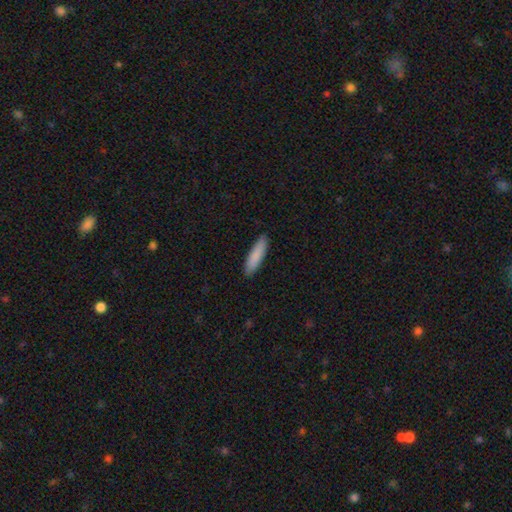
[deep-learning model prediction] A smooth galaxy with no disk features (87%) that is cigar-shaped (73%).

Vote fractions:
- Smooth or featured? smooth: 87% / featured or disk: 7% / star or artifact: 5%
- How rounded? cigar-shaped: 73% / in between: 25% / round: 1%
- Merging? none: 89% / minor disturbance: 8% / major disturbance: 2% / merger: 1%